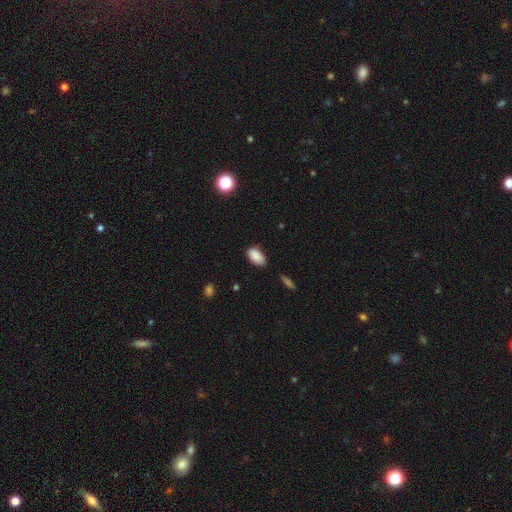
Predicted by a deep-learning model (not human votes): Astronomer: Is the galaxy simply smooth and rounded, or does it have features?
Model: smooth — 88%.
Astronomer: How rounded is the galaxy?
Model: in between — 94%.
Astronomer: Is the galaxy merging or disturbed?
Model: none — 76%.